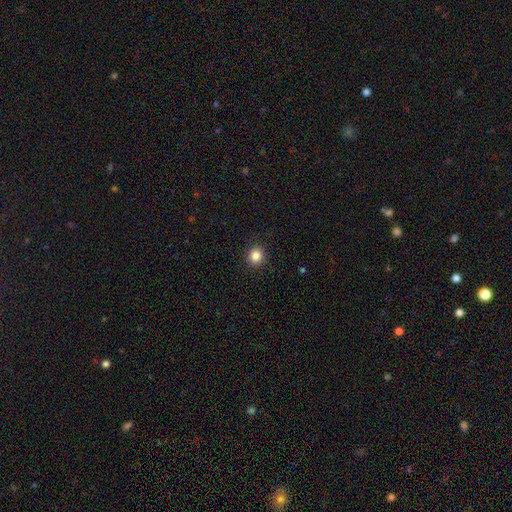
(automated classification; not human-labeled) smooth 85%, star or artifact 11%, featured or disk 4%. Down the decision tree: how rounded — round (89%); merging — none (92%).